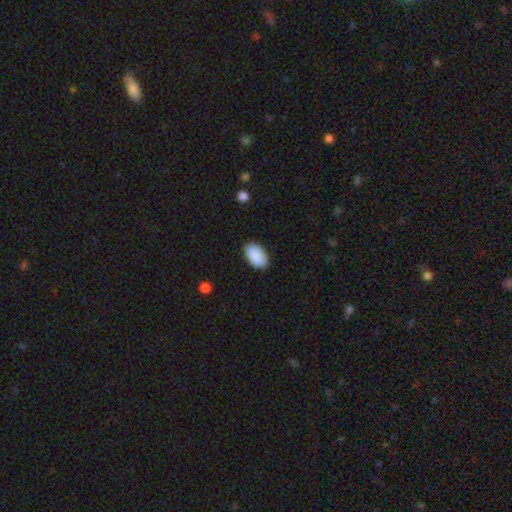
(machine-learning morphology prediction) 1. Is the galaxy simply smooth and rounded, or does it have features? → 91% smooth, 6% star or artifact, 3% featured or disk.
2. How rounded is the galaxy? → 94% in between, 4% round, 1% cigar-shaped.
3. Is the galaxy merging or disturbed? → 87% none, 10% minor disturbance, 2% major disturbance, 1% merger.